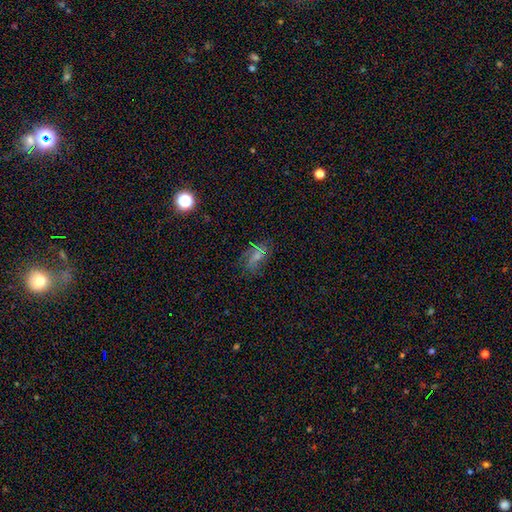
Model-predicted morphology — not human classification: featured or disk 38%, smooth 36%, star or artifact 27%. Down the decision tree: merging — none (55%).